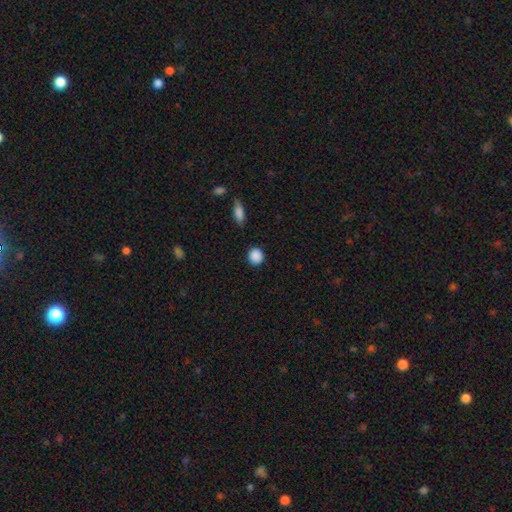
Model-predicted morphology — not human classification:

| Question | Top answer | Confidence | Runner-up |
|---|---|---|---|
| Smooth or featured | smooth | 89% | star or artifact (8%) |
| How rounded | round | 88% | in between (11%) |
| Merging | none | 89% | minor disturbance (7%) |